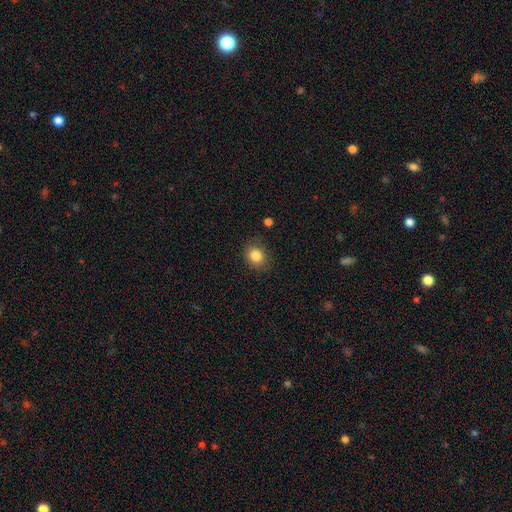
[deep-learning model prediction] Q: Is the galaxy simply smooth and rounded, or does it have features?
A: smooth — 84%.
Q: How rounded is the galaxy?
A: round — 62%.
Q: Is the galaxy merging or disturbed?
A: none — 81%.